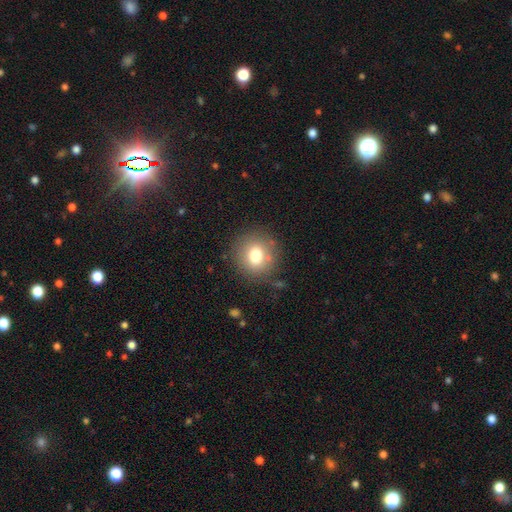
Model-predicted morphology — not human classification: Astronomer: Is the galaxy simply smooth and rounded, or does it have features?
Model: smooth — 75%.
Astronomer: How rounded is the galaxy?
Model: round — 84%.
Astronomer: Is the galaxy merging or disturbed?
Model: none — 82%.